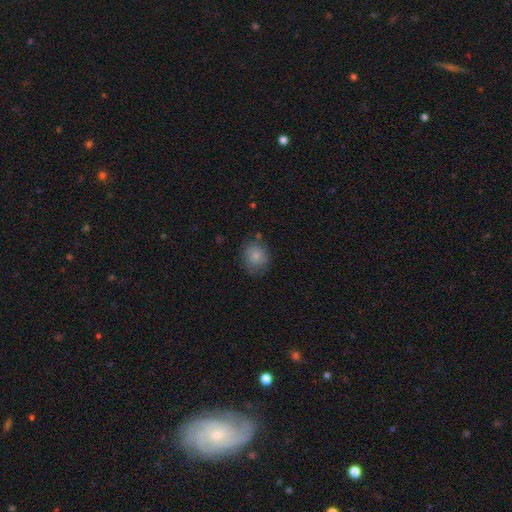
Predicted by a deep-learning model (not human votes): smooth 83%, featured or disk 9%, star or artifact 8%. Down the decision tree: how rounded — round (71%); merging — none (75%).